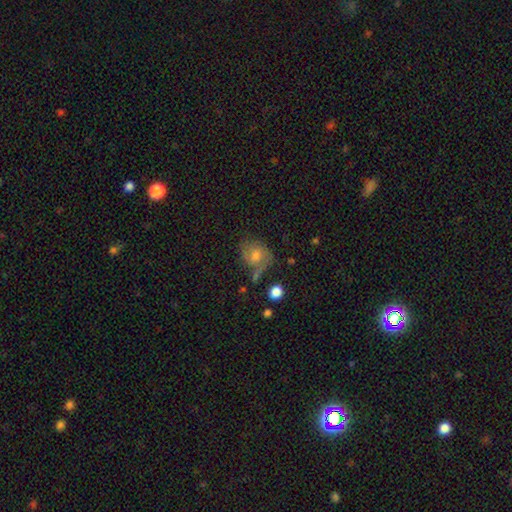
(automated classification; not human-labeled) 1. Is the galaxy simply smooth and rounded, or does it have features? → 49% smooth, 39% featured or disk, 12% star or artifact.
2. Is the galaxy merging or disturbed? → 51% none, 26% minor disturbance, 15% major disturbance, 8% merger.